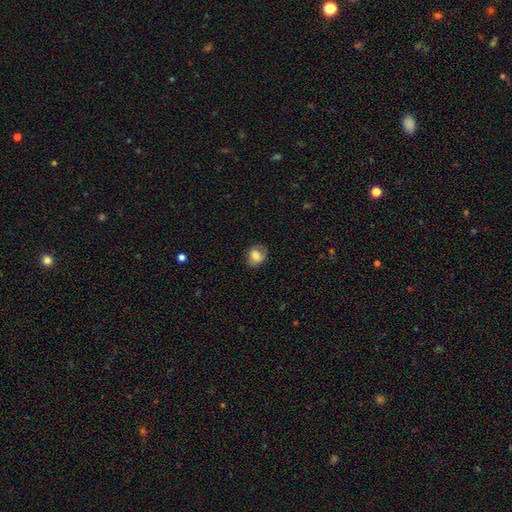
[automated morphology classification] A smooth galaxy with no disk features (68%) that is round (51%). Merging: none (72%).